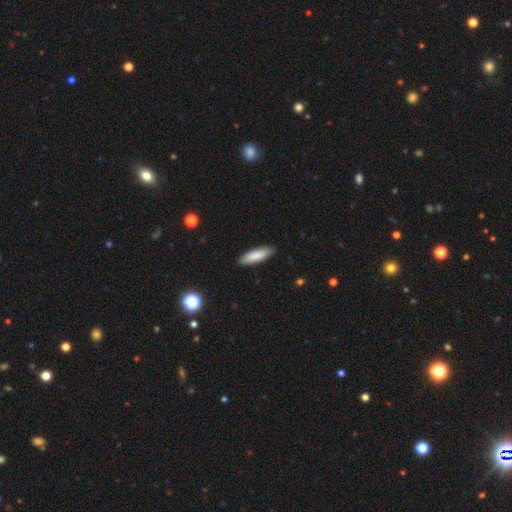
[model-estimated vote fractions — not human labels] This is clearly a smooth galaxy (85%). How rounded: possibly cigar-shaped (58%). Merging: clearly none (89%).